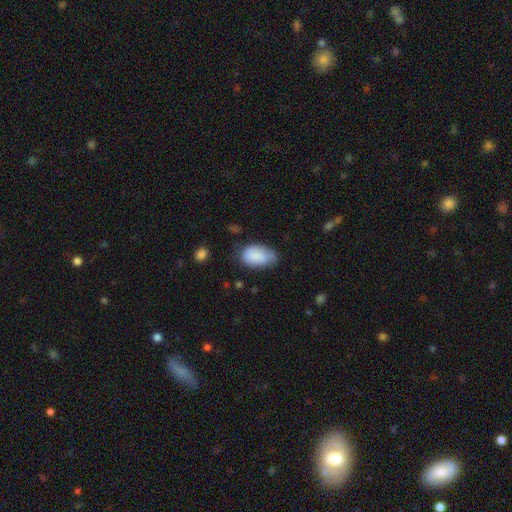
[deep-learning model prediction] A smooth galaxy with no disk features (84%) that is in between round and cigar-shaped (93%). Merging: none (53%).